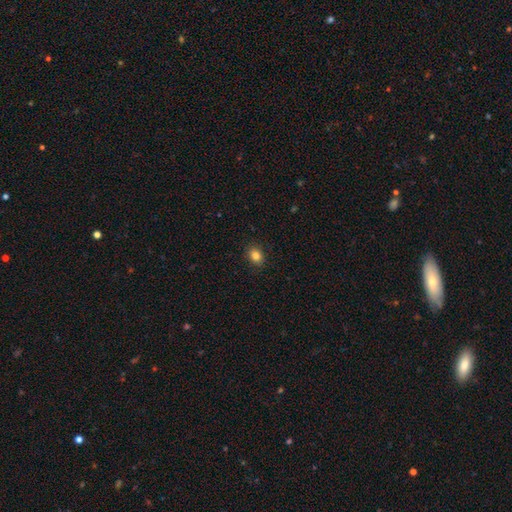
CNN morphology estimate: Q: Smooth or featured?
A: smooth (84%); runner-up: star or artifact (11%)
Q: How rounded?
A: in between (55%); runner-up: round (44%)
Q: Merging?
A: none (90%); runner-up: minor disturbance (7%)